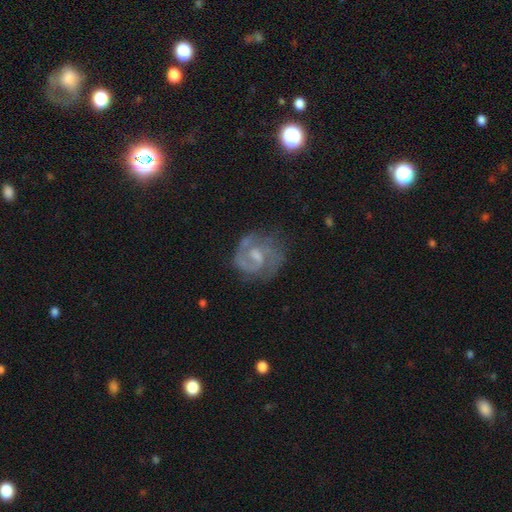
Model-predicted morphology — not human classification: Smooth or featured? featured or disk (77%)
Edge-on disk? no (98%)
Bar? weak (54%)
Spiral arms? yes (90%)
Spiral winding? medium (46%)
Spiral arm count? 2 (63%)
Bulge size? moderate (43%)
Merging? none (61%)